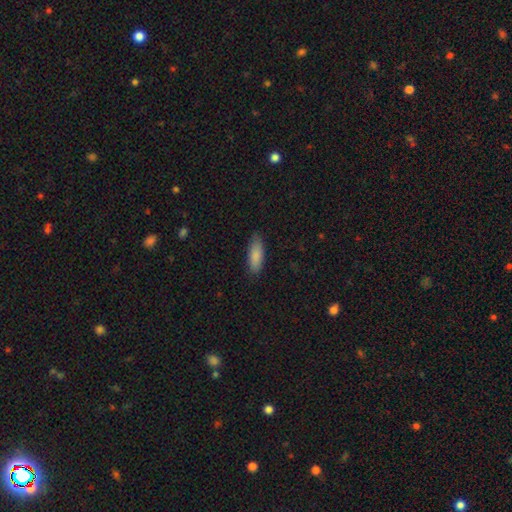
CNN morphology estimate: smooth_or_featured: smooth (p=0.87) [alt: featured or disk p=0.07]
how_rounded: in between (p=0.69) [alt: cigar-shaped p=0.29]
merging: none (p=0.81) [alt: minor disturbance p=0.15]